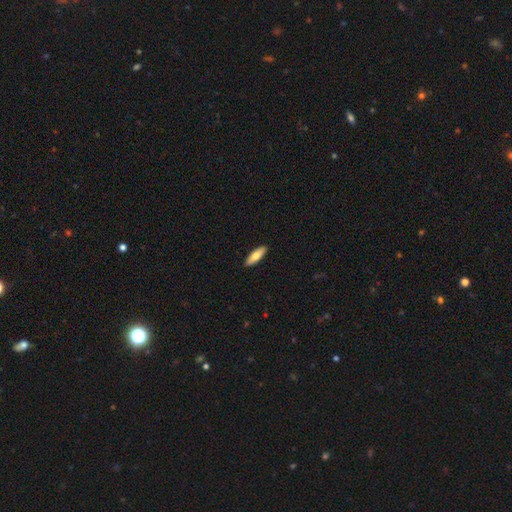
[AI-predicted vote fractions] Q: Smooth or featured?
A: smooth (73%); runner-up: featured or disk (21%)
Q: How rounded?
A: in between (53%); runner-up: cigar-shaped (45%)
Q: Merging?
A: none (91%); runner-up: minor disturbance (7%)